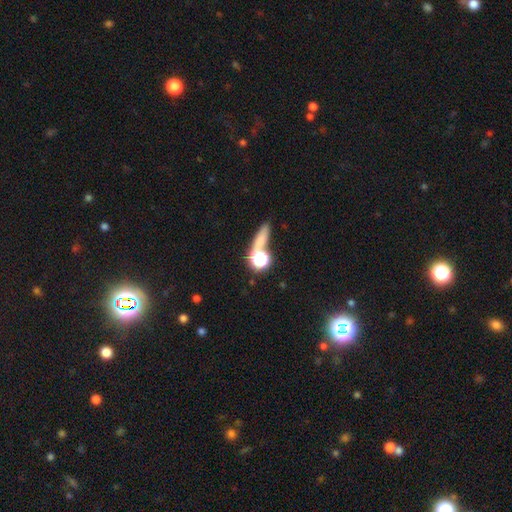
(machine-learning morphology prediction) Q: Smooth or featured?
A: smooth (48%); runner-up: star or artifact (34%)
Q: Merging?
A: none (51%); runner-up: merger (29%)